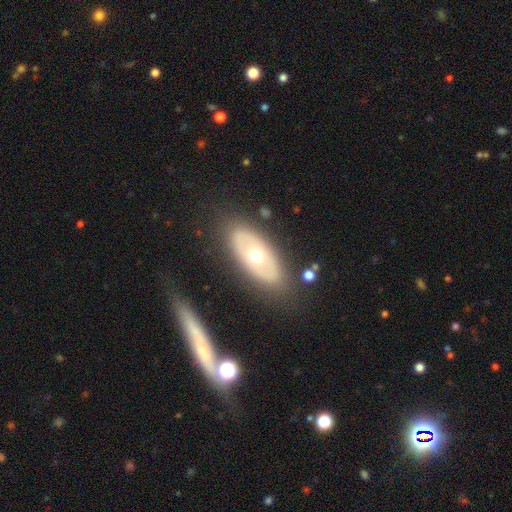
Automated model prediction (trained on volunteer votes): Smooth or featured? featured or disk (53%)
Edge-on disk? no (82%)
Merging? none (81%)